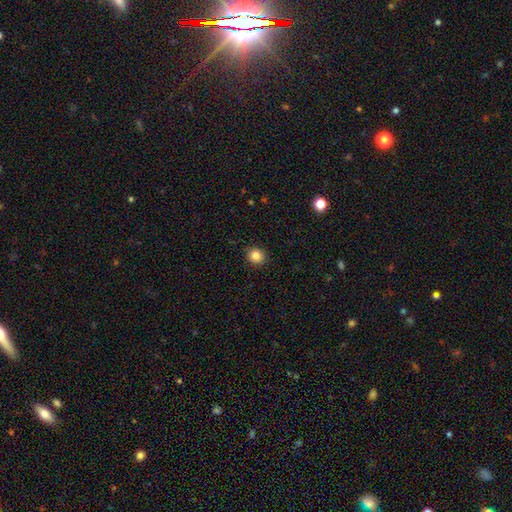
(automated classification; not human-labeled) A smooth galaxy with no disk features (86%) that is round (87%).

Vote fractions:
- Smooth or featured? smooth: 86% / star or artifact: 10% / featured or disk: 4%
- How rounded? round: 87% / in between: 13% / cigar-shaped: 1%
- Merging? none: 91% / minor disturbance: 6% / major disturbance: 2% / merger: 1%